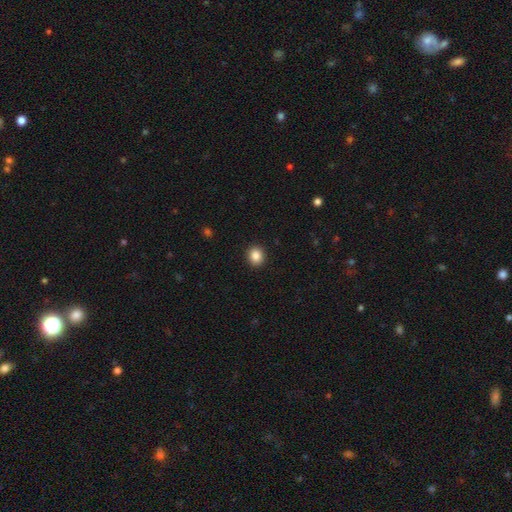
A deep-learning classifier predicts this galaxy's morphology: Smooth or featured: smooth — 86% (star or artifact — 10%)
How rounded: round — 77% (in between — 22%)
Merging: none — 93% (minor disturbance — 5%)